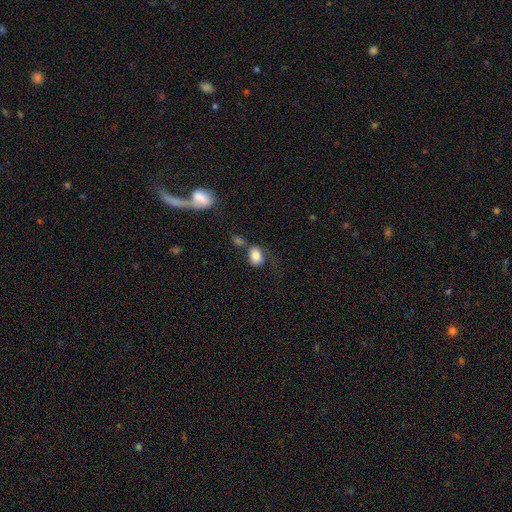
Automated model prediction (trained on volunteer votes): Smooth or featured: smooth — 80% (featured or disk — 12%)
How rounded: in between — 69% (round — 29%)
Merging: none — 34% (merger — 31%)